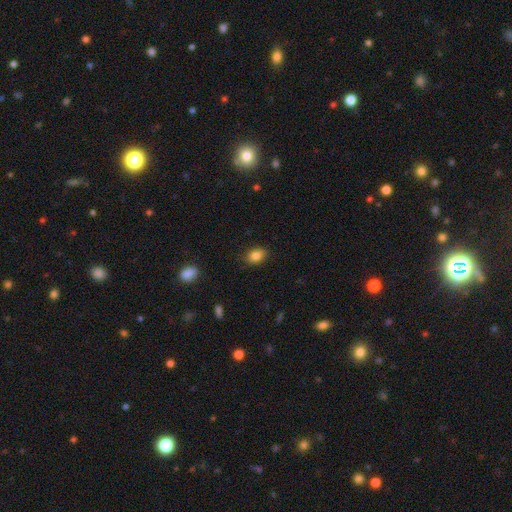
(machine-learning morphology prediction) smooth_or_featured: smooth (p=0.85) [alt: star or artifact p=0.10]
how_rounded: in between (p=0.75) [alt: round p=0.23]
merging: none (p=0.86) [alt: minor disturbance p=0.10]